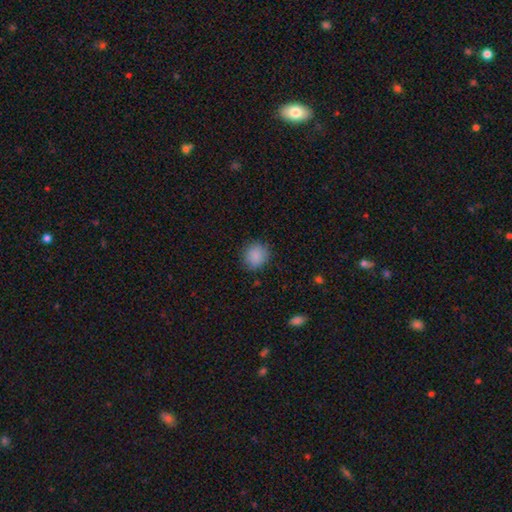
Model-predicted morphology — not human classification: The model was most divided on "how rounded": round: 84%, in between: 15%, cigar-shaped: 1%. More confident: smooth or featured — smooth (87%); merging — none (87%).